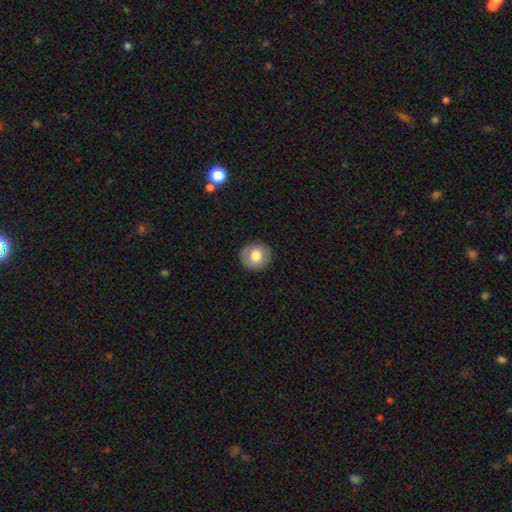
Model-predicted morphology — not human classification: A smooth galaxy with no disk features (73%) that is round (89%). Merging: none (89%).